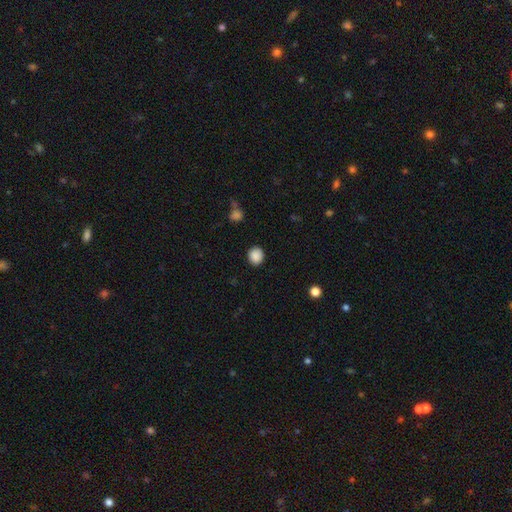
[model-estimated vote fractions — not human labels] Smooth or featured: smooth — 88% (star or artifact — 9%)
How rounded: round — 84% (in between — 15%)
Merging: none — 90% (minor disturbance — 6%)